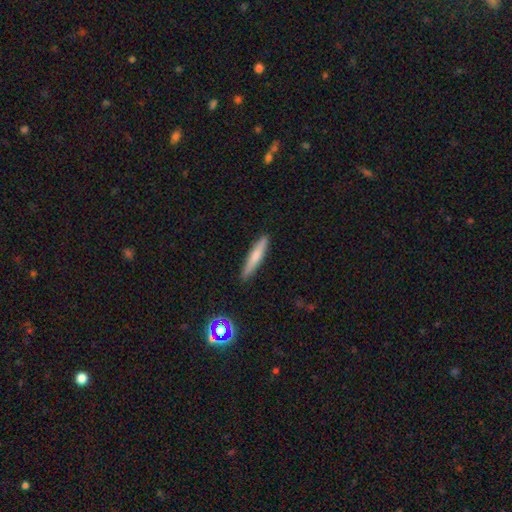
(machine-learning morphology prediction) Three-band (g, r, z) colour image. It shows a smooth galaxy with no disk features (62%) that is cigar-shaped (92%). Merging: none (90%).